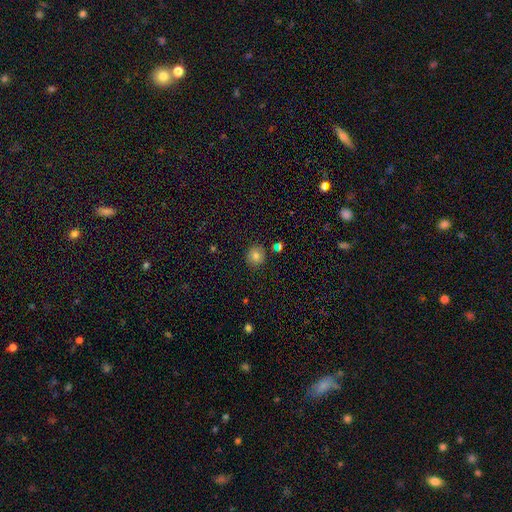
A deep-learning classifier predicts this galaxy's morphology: This is likely a smooth galaxy (80%). How rounded: clearly round (82%). Merging: clearly none (85%).